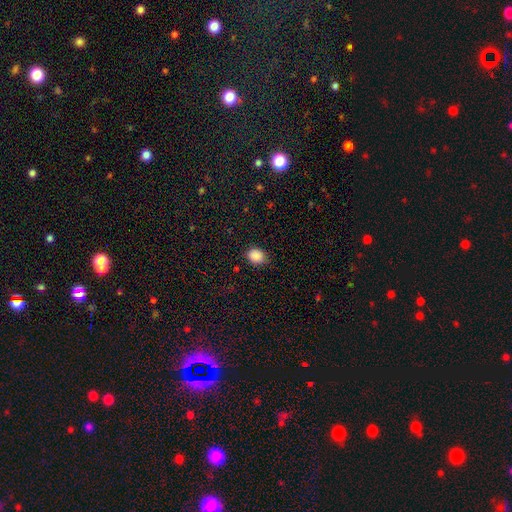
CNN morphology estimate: A smooth galaxy with no disk features (88%) that is round (52%).

Vote fractions:
- Smooth or featured? smooth: 88% / star or artifact: 9% / featured or disk: 3%
- How rounded? round: 52% / in between: 47% / cigar-shaped: 1%
- Merging? none: 80% / minor disturbance: 15% / major disturbance: 3% / merger: 1%